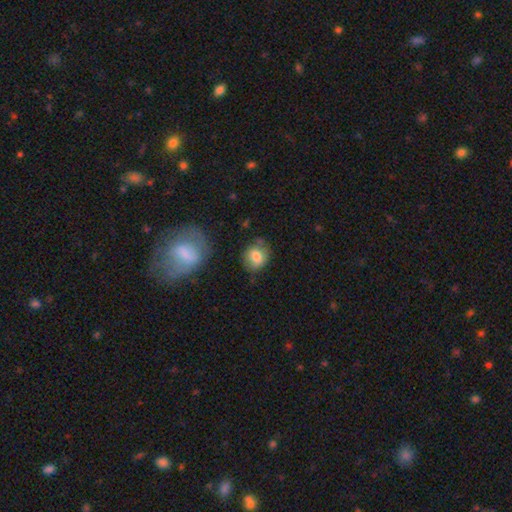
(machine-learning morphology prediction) Smooth or featured?
  - smooth: 76% *
  - featured or disk: 15%
  - star or artifact: 8%
How rounded?
  - round: 63% *
  - in between: 36%
  - cigar-shaped: 1%
Merging?
  - none: 67% *
  - minor disturbance: 22%
  - major disturbance: 7%
  - merger: 5%